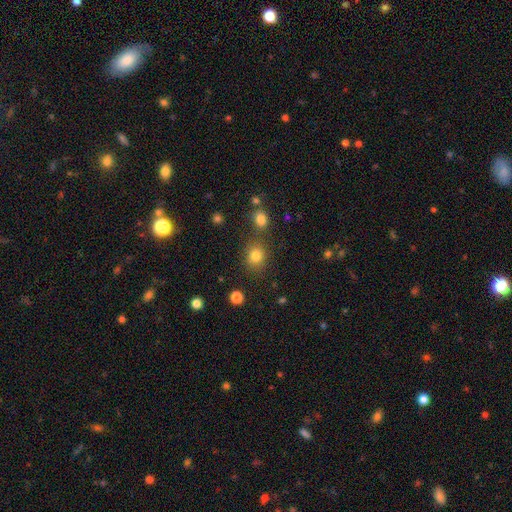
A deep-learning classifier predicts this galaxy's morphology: This appears to be a smooth galaxy with no disk features (80%) that is round (75%). Merging: none (74%).